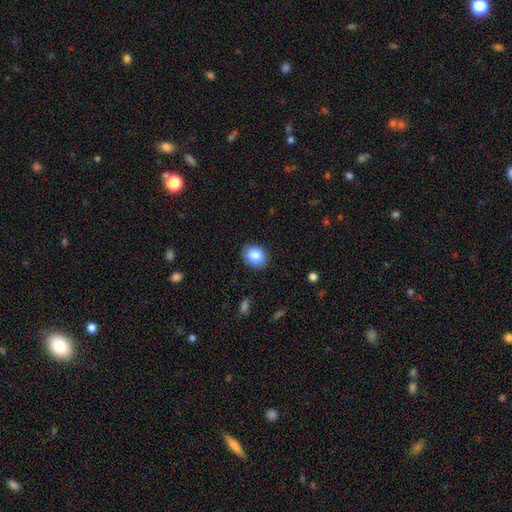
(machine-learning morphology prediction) smooth-or-featured: smooth: 84% | star or artifact: 8% | featured or disk: 7%
  how-rounded: in between: 52% | round: 47% | cigar-shaped: 1%
  merging: none: 87% | minor disturbance: 10% | major disturbance: 2% | merger: 1%